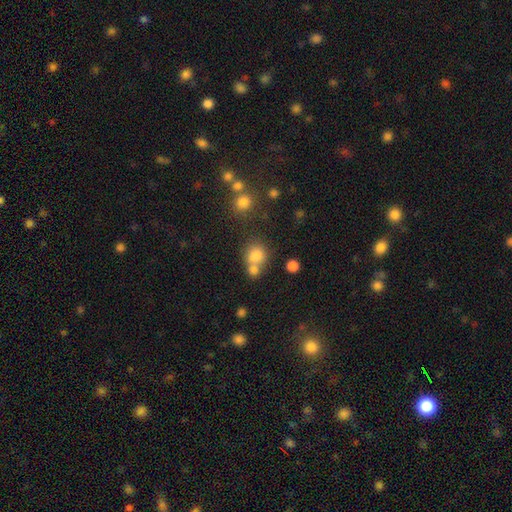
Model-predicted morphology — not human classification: A smooth galaxy with no disk features (77%) that is round (74%).

Vote fractions:
- Smooth or featured? smooth: 77% / star or artifact: 13% / featured or disk: 9%
- How rounded? round: 74% / in between: 25% / cigar-shaped: 1%
- Merging? merger: 44% / none: 42% / minor disturbance: 9% / major disturbance: 5%